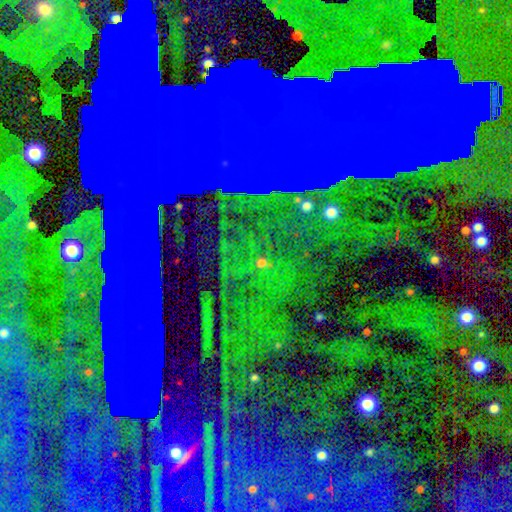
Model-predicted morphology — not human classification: star or artifact 84%, featured or disk 8%, smooth 7%.